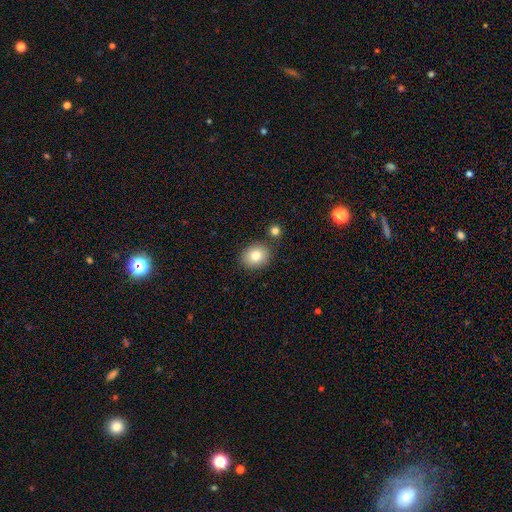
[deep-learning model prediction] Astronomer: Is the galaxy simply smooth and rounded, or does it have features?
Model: smooth — 81%.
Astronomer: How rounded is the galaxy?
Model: round — 56% (runner-up: in between, 43%).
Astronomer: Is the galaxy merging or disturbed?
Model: none — 81%.